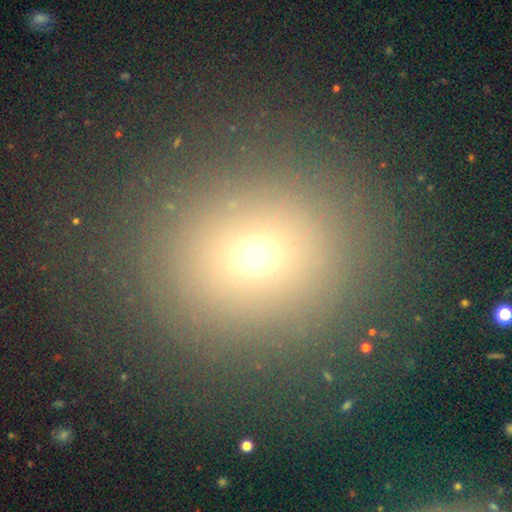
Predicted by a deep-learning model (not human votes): This appears to be a smooth galaxy with no disk features (65%) that is round (75%). Merging: none (80%).